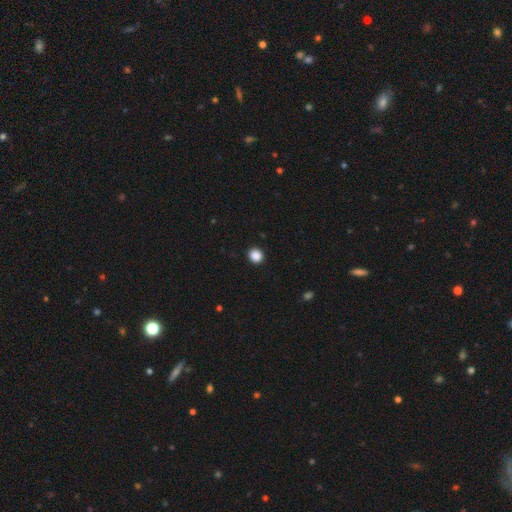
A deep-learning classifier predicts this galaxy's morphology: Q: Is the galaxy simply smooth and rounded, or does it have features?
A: smooth — 88%.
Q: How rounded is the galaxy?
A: round — 90%.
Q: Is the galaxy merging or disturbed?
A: none — 93%.